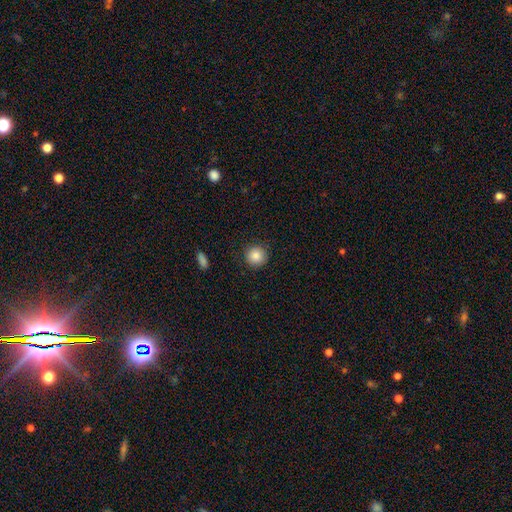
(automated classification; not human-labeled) Smooth or featured?
  - smooth: 86% *
  - star or artifact: 9%
  - featured or disk: 5%
How rounded?
  - round: 93% *
  - in between: 6%
  - cigar-shaped: 1%
Merging?
  - none: 89% *
  - minor disturbance: 7%
  - major disturbance: 2%
  - merger: 1%